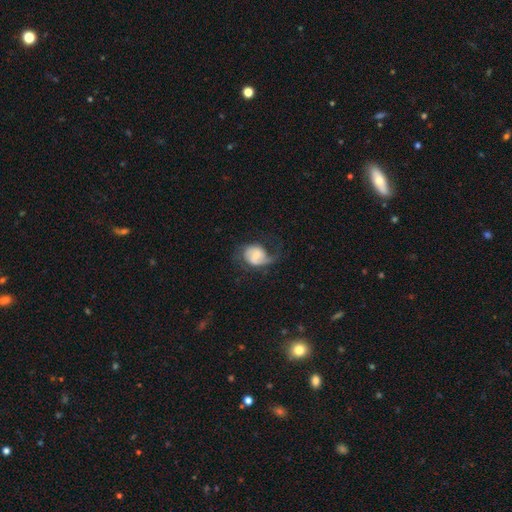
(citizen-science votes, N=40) Smooth or featured?
  - featured or disk: 72% *
  - smooth: 22%
  - star or artifact: 5%
Edge-on disk?
  - no: 100% *
  - yes: 0%
Bar?
  - weak: 45% *
  - no: 41%
  - strong: 14%
Spiral arms?
  - yes: 90% *
  - no: 10%
Spiral winding?
  - loose: 58% *
  - medium: 31%
  - tight: 12%
Spiral arm count?
  - 1: 54% *
  - 2: 42%
  - can't tell: 4%
  - 3: 0%
  - 4: 0%
  - more than 4: 0%
Bulge size?
  - small: 52% *
  - moderate: 24%
  - dominant: 17%
  - large: 3%
  - none: 3%
Merging?
  - none: 45% *
  - minor disturbance: 32%
  - major disturbance: 24%
  - merger: 0%